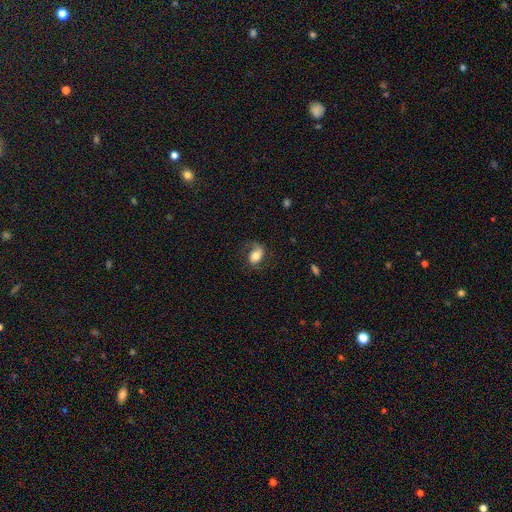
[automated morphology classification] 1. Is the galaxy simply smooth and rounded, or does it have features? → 51% smooth, 41% featured or disk, 9% star or artifact.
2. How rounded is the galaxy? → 77% in between, 21% round, 2% cigar-shaped.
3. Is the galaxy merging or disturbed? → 59% none, 22% minor disturbance, 18% major disturbance, 2% merger.